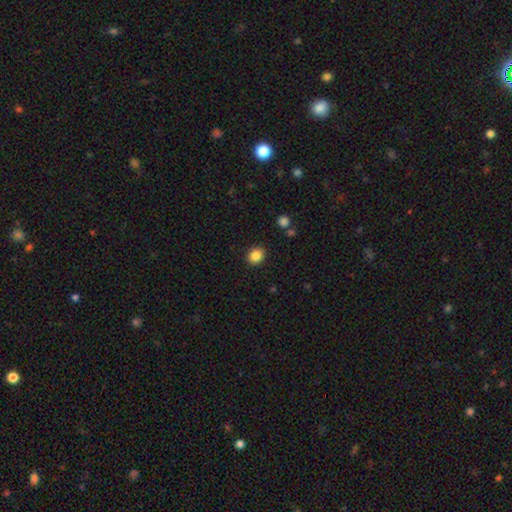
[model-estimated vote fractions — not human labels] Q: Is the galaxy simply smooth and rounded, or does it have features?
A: smooth — 86%.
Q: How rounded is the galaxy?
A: round — 62%.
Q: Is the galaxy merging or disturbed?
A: none — 89%.